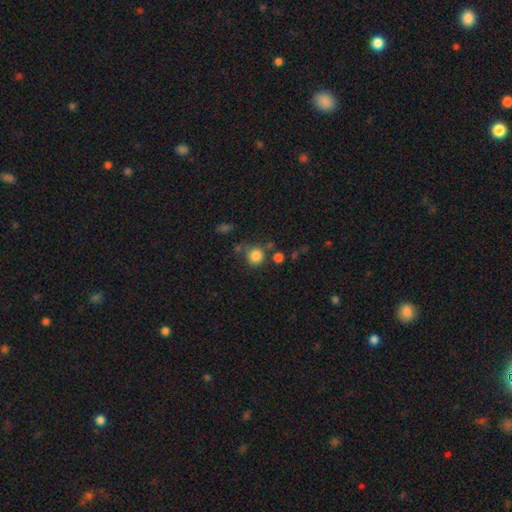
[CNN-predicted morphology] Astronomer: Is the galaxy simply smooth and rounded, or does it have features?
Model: smooth — 83%.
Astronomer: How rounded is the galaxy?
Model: round — 91%.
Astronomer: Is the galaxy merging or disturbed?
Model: none — 73%.